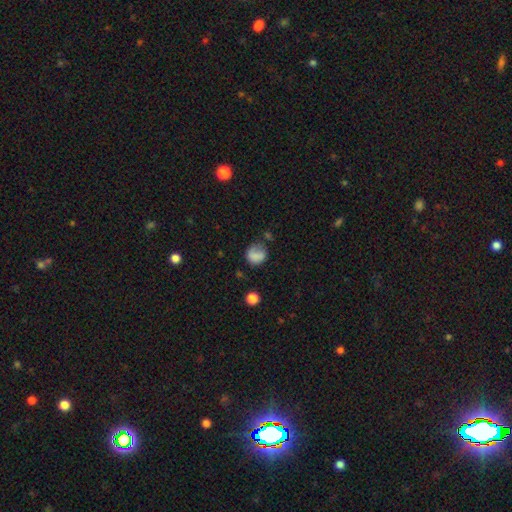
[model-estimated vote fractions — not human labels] Morphology: type=smooth (75%); roundness=round (70%); merging=none (48%).